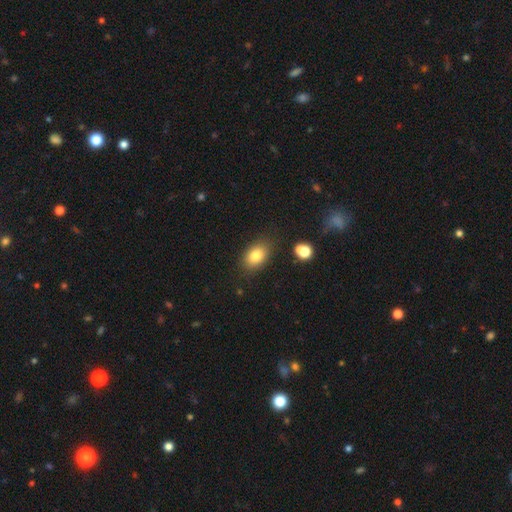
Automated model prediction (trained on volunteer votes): Q: Smooth or featured?
A: smooth (81%); runner-up: star or artifact (10%)
Q: How rounded?
A: in between (80%); runner-up: round (18%)
Q: Merging?
A: none (80%); runner-up: minor disturbance (13%)